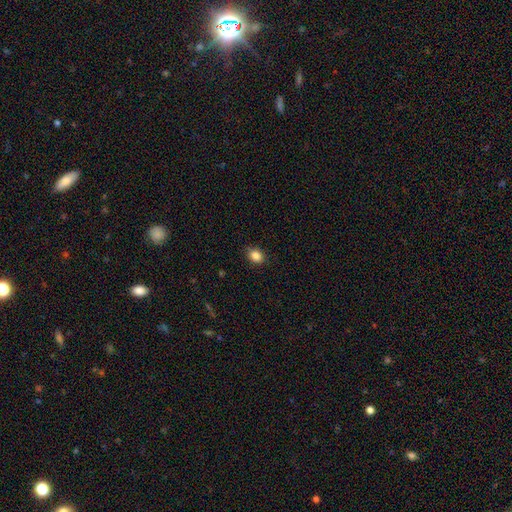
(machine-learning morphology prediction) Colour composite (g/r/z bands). It shows a smooth galaxy with no disk features (86%) that is in between round and cigar-shaped (55%). Merging: none (86%).